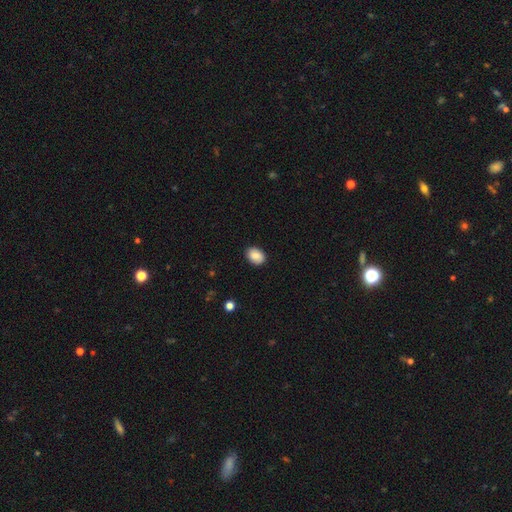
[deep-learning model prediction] A smooth galaxy with no disk features (87%) that is in between round and cigar-shaped (75%). Merging: none (88%).